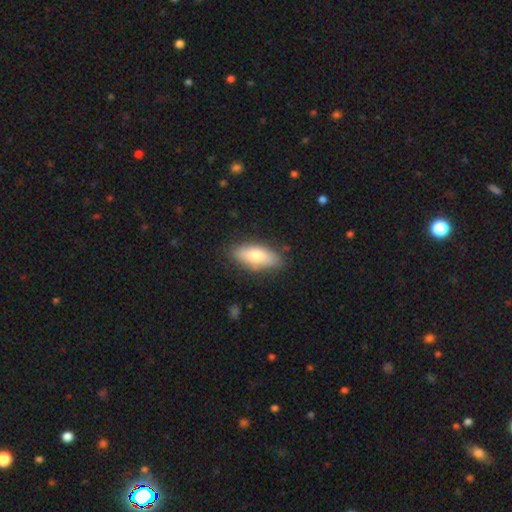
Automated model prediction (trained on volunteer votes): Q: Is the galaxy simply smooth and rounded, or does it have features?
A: smooth — 74%.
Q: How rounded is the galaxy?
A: in between — 78%.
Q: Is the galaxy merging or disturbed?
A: none — 83%.